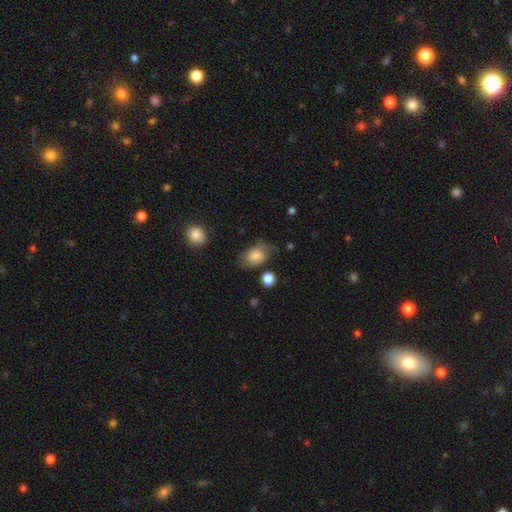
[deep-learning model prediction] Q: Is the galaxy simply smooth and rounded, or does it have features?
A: smooth — 66%.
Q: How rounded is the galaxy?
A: in between — 79%.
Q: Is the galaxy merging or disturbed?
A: none — 51%.